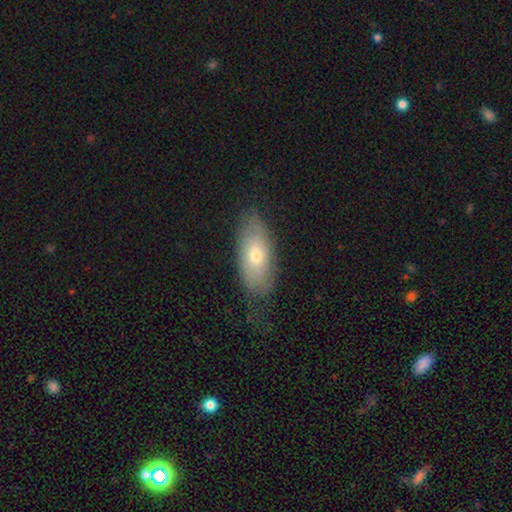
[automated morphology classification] A smooth galaxy with no disk features (59%) that is in between round and cigar-shaped (86%).

Vote fractions:
- Smooth or featured? smooth: 59% / featured or disk: 34% / star or artifact: 8%
- How rounded? in between: 86% / cigar-shaped: 10% / round: 4%
- Merging? none: 63% / minor disturbance: 25% / major disturbance: 10% / merger: 1%